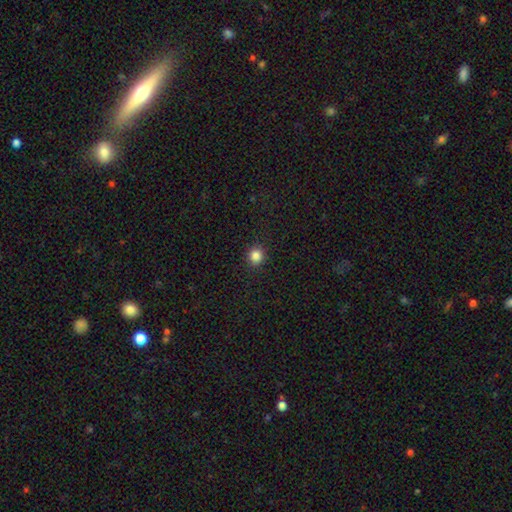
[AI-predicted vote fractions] smooth-or-featured: smooth: 85% | star or artifact: 11% | featured or disk: 4%
  how-rounded: round: 91% | in between: 8% | cigar-shaped: 1%
  merging: none: 92% | minor disturbance: 5% | major disturbance: 2% | merger: 1%